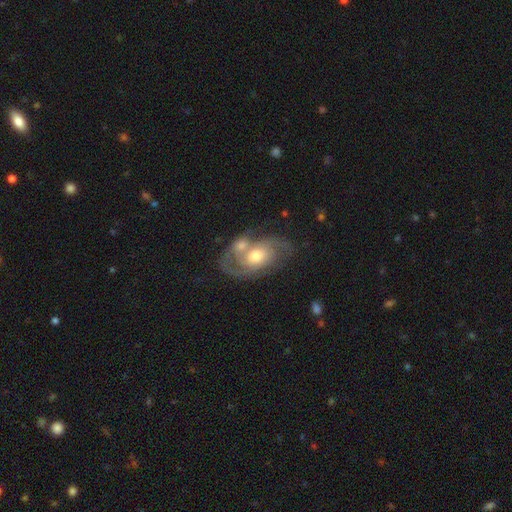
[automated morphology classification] Smooth or featured? featured or disk (79%)
Edge-on disk? no (96%)
Bar? no (71%)
Spiral arms? yes (90%)
Spiral winding? medium (43%)
Spiral arm count? 2 (60%)
Bulge size? moderate (68%)
Merging? merger (42%)